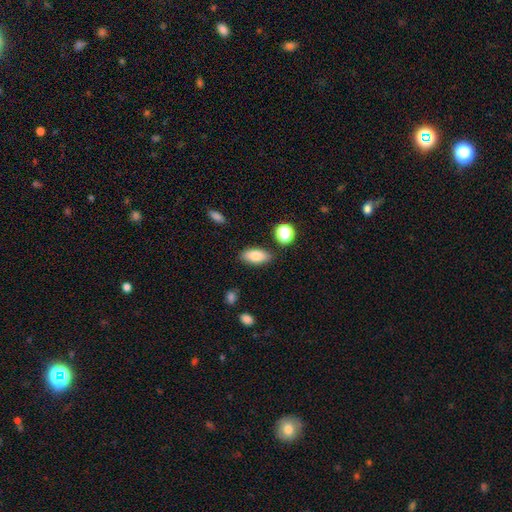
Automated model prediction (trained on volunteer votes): The model was most divided on "smooth or featured": smooth: 81%, featured or disk: 11%, star or artifact: 8%. More confident: how rounded — in between (87%); merging — none (84%).